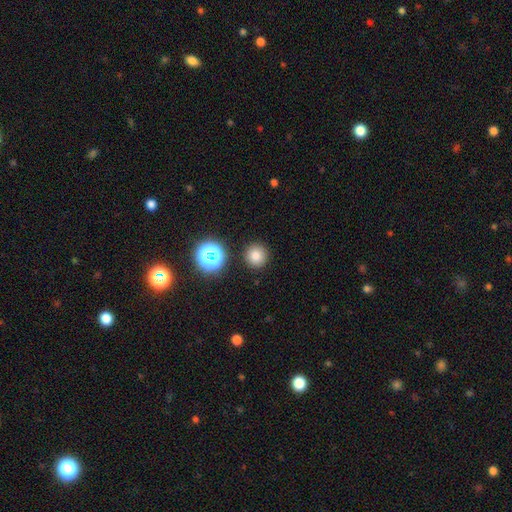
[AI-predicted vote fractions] smooth-or-featured: smooth: 79% | star or artifact: 16% | featured or disk: 6%
  how-rounded: round: 94% | in between: 5% | cigar-shaped: 1%
  merging: none: 89% | minor disturbance: 6% | merger: 3% | major disturbance: 2%